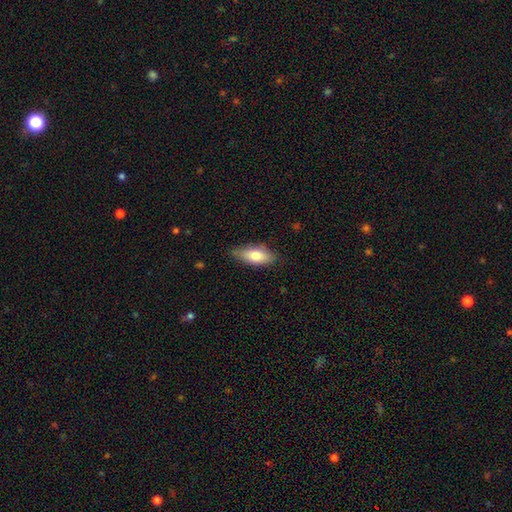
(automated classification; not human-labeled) Q: Smooth or featured?
A: smooth (76%); runner-up: featured or disk (18%)
Q: How rounded?
A: in between (79%); runner-up: cigar-shaped (18%)
Q: Merging?
A: none (75%); runner-up: minor disturbance (21%)